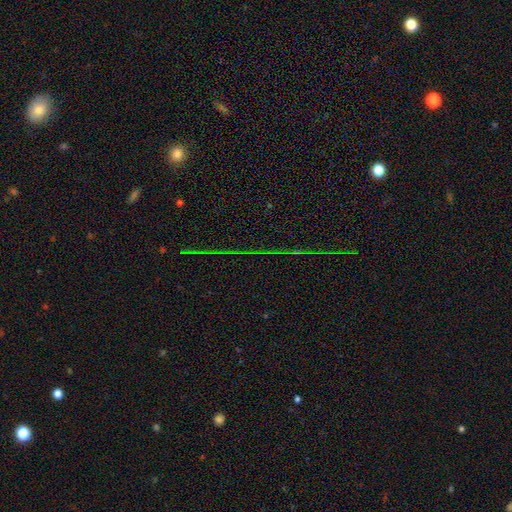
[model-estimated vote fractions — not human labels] This is likely a star or artifact rather than a galaxy (76%).